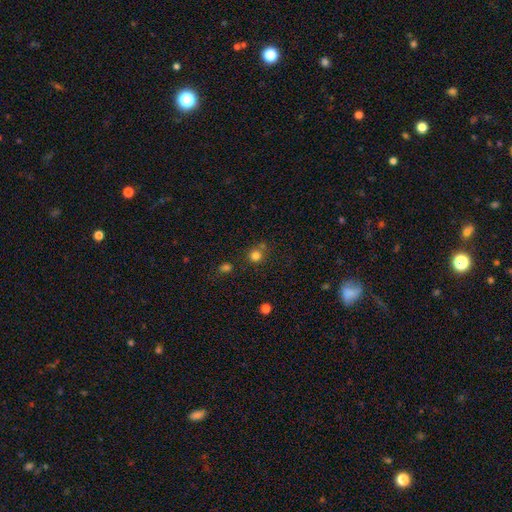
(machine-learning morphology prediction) smooth 78%, star or artifact 16%, featured or disk 6%. Down the decision tree: how rounded — round (90%); merging — none (68%).